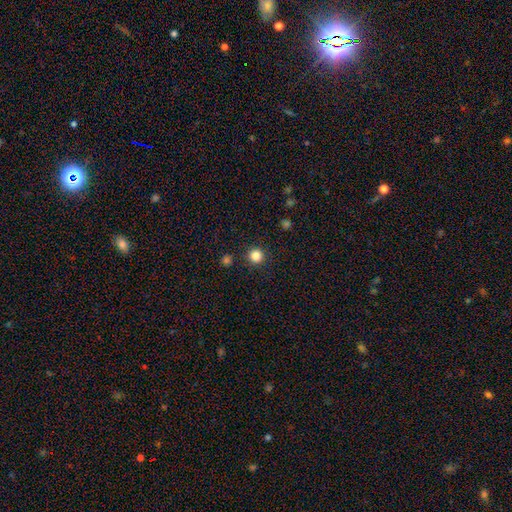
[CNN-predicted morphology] smooth_or_featured: smooth (p=0.84) [alt: star or artifact p=0.12]
how_rounded: round (p=0.95) [alt: in between p=0.04]
merging: none (p=0.91) [alt: minor disturbance p=0.05]